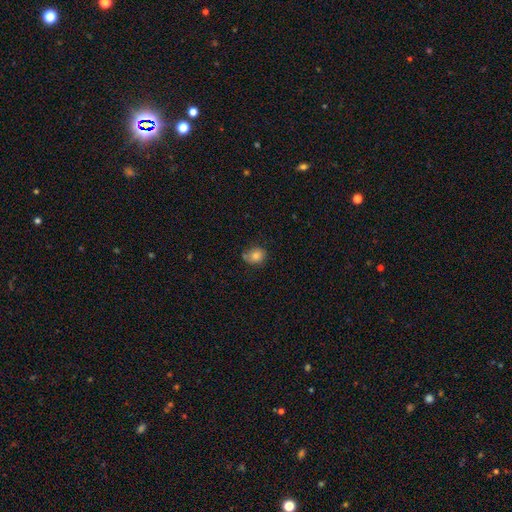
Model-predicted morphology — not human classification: type=smooth (80%); roundness=round (71%); merging=none (67%).